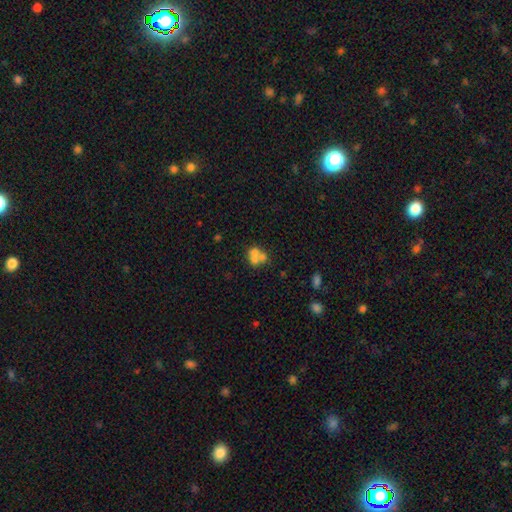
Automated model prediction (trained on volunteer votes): Smooth or featured: smooth — 56% (featured or disk — 31%)
How rounded: round — 54% (in between — 45%)
Merging: merger — 60% (none — 27%)